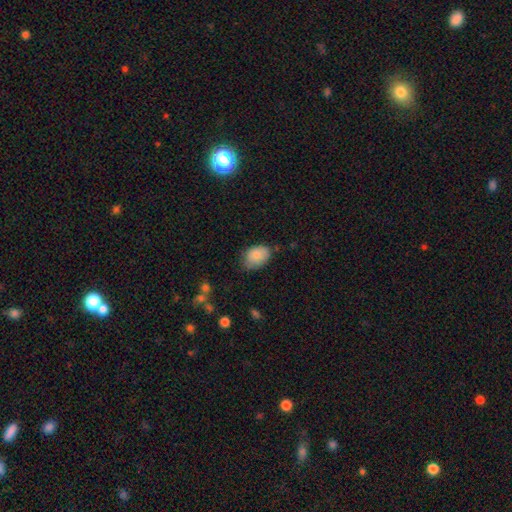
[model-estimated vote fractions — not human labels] Smooth or featured: smooth — 83% (featured or disk — 9%)
How rounded: in between — 83% (round — 16%)
Merging: none — 65% (minor disturbance — 28%)